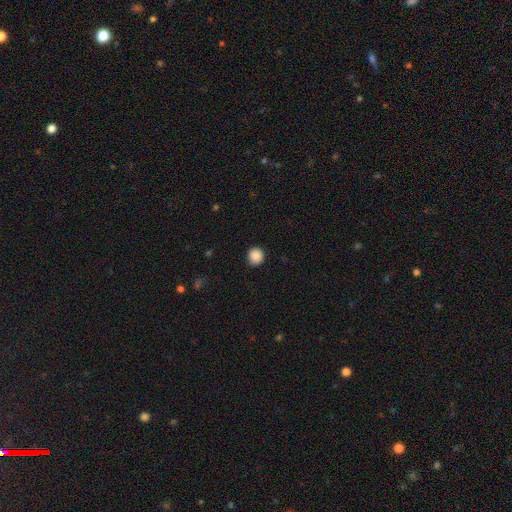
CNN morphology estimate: smooth 88%, star or artifact 9%, featured or disk 3%. Down the decision tree: how rounded — round (90%); merging — none (90%).